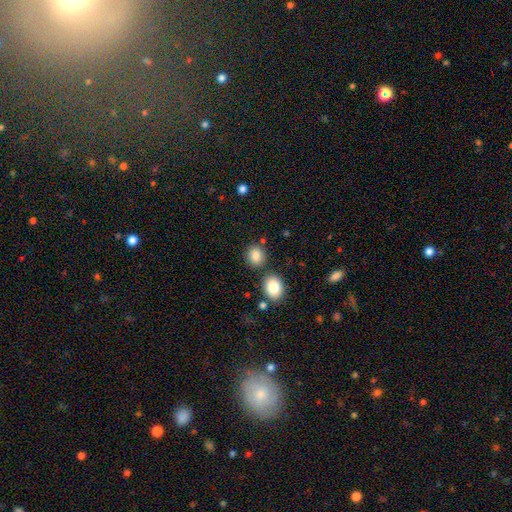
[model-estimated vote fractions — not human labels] A smooth galaxy with no disk features (86%) that is round (70%).

Vote fractions:
- Smooth or featured? smooth: 86% / star or artifact: 9% / featured or disk: 5%
- How rounded? round: 70% / in between: 29% / cigar-shaped: 1%
- Merging? none: 77% / minor disturbance: 10% / merger: 9% / major disturbance: 3%